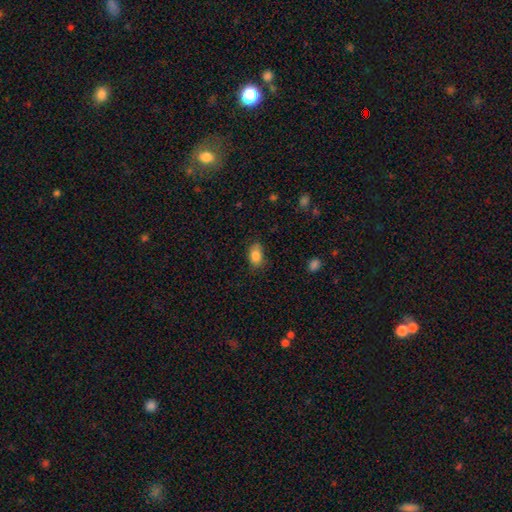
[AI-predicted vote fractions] Overall: smooth (86%). How rounded: in between (84%). Merging: none (76%).